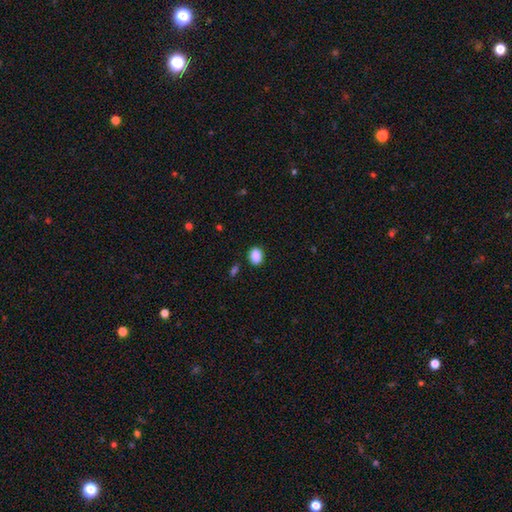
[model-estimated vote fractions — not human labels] The model was most divided on "how rounded": in between: 62%, round: 37%, cigar-shaped: 1%. More confident: smooth or featured — smooth (89%); merging — none (85%).